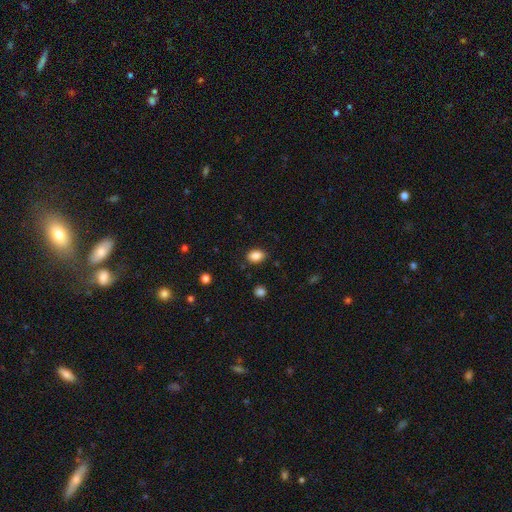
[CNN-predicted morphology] Smooth or featured?
  - smooth: 87% *
  - star or artifact: 9%
  - featured or disk: 4%
How rounded?
  - in between: 77% *
  - round: 22%
  - cigar-shaped: 1%
Merging?
  - none: 86% *
  - minor disturbance: 10%
  - major disturbance: 3%
  - merger: 1%